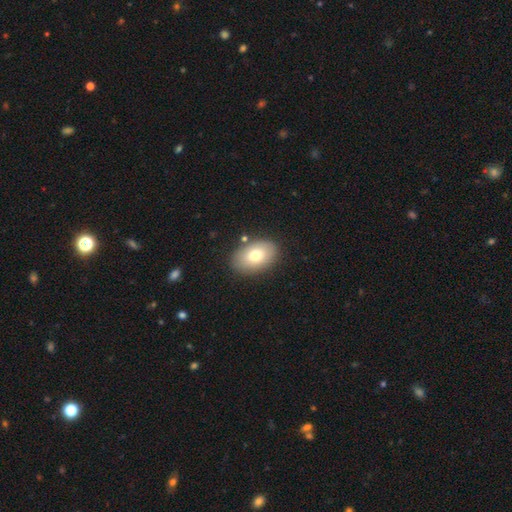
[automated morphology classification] Smooth or featured? smooth (75%)
How rounded? in between (86%)
Merging? none (84%)